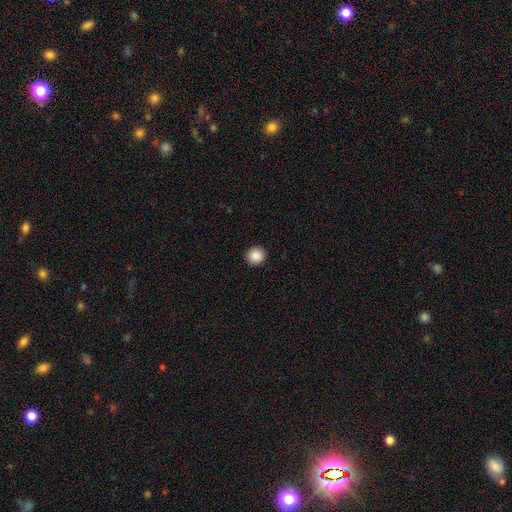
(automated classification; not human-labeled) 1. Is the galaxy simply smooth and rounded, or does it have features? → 88% smooth, 9% star or artifact, 3% featured or disk.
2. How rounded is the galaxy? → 91% round, 8% in between, 1% cigar-shaped.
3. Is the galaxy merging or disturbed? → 93% none, 5% minor disturbance, 2% major disturbance, 1% merger.